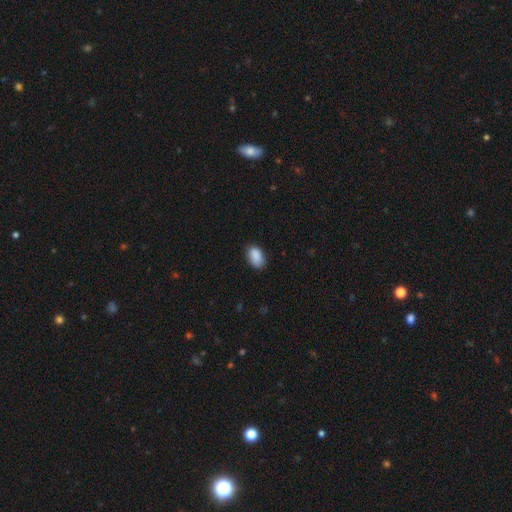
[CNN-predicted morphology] This is clearly a smooth galaxy (89%). How rounded: clearly in between (90%). Merging: likely none (80%).